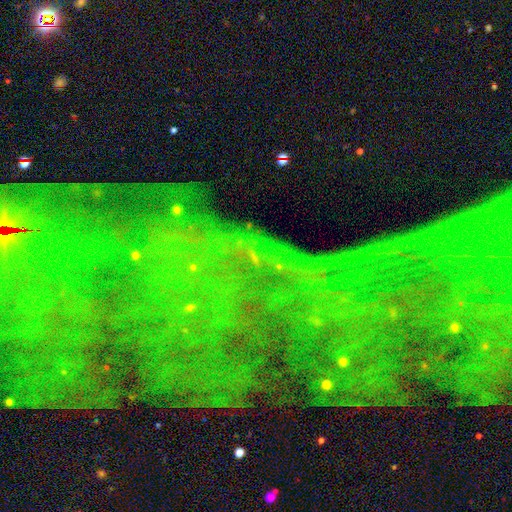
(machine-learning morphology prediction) Smooth or featured? Predicted: star or artifact (p=0.80).